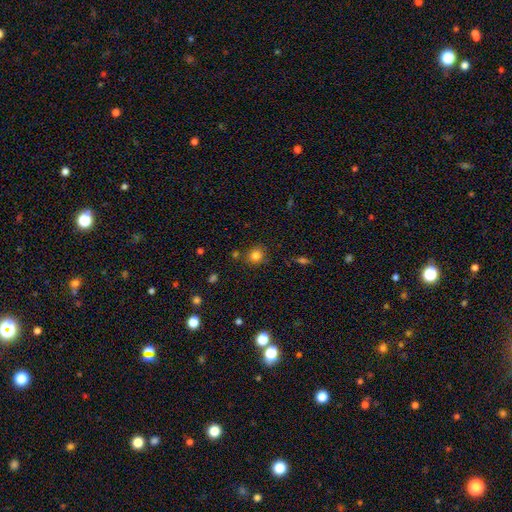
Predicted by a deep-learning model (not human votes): Q: Smooth or featured?
A: smooth (81%); runner-up: star or artifact (12%)
Q: How rounded?
A: round (84%); runner-up: in between (15%)
Q: Merging?
A: none (81%); runner-up: minor disturbance (11%)